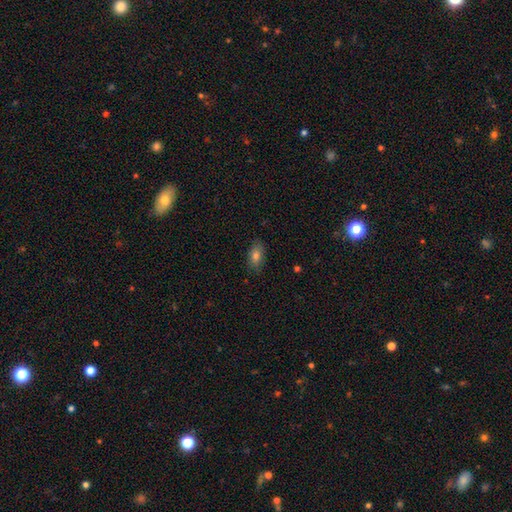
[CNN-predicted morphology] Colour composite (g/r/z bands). It shows a smooth galaxy with no disk features (80%) that is in between round and cigar-shaped (88%). Merging: none (83%).